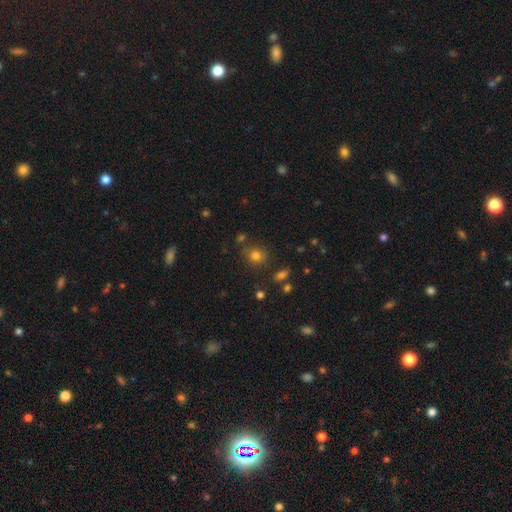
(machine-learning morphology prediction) The model was most divided on "how rounded": round: 78%, in between: 21%, cigar-shaped: 1%. More confident: merging — none (78%); smooth or featured — smooth (76%).